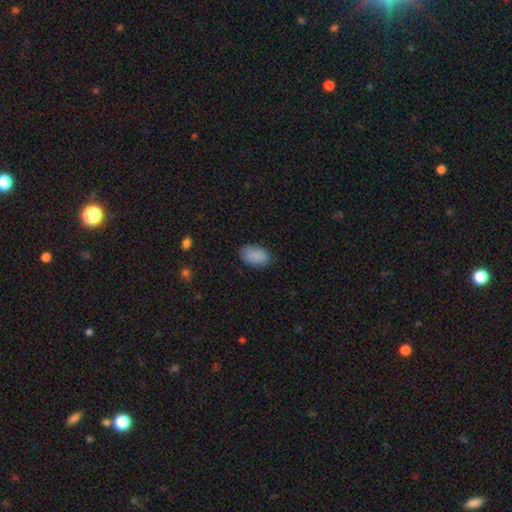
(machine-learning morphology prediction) Overall: smooth (89%). How rounded: in between (93%). Merging: none (82%).